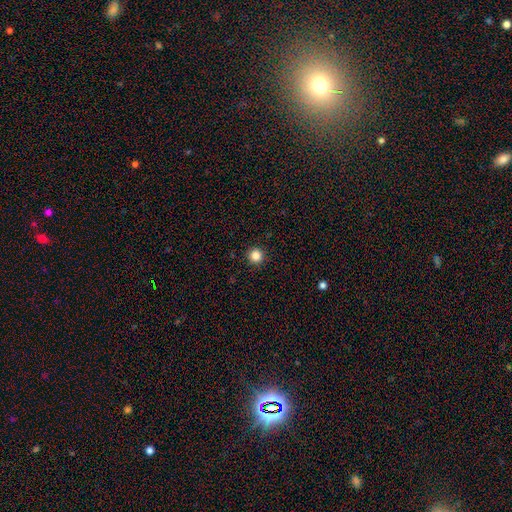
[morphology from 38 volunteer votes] Overall: smooth (89%). How rounded: round (100%). Merging: none (94%).